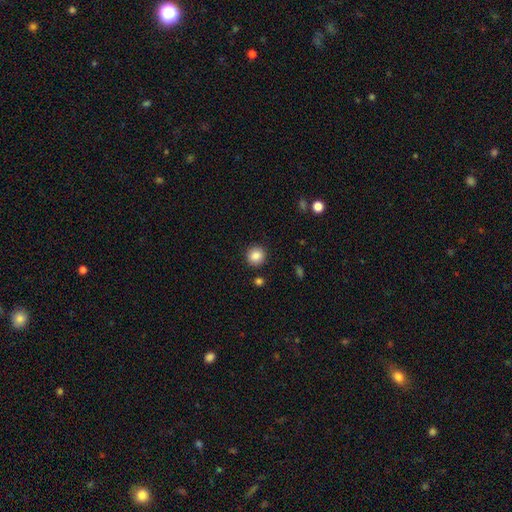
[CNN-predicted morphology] smooth-or-featured: smooth: 87% | star or artifact: 9% | featured or disk: 4%
  how-rounded: round: 92% | in between: 7% | cigar-shaped: 1%
  merging: none: 91% | minor disturbance: 6% | merger: 2% | major disturbance: 2%